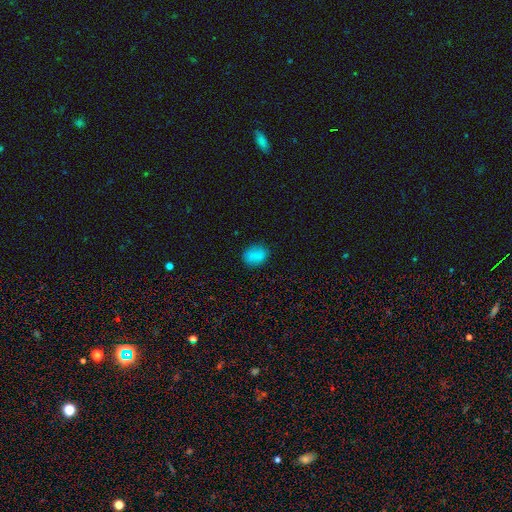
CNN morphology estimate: smooth_or_featured: smooth (p=0.83) [alt: star or artifact p=0.10]
how_rounded: in between (p=0.66) [alt: round p=0.32]
merging: none (p=0.83) [alt: minor disturbance p=0.12]